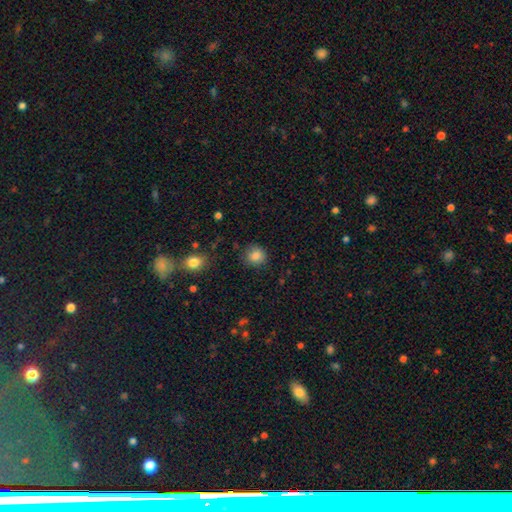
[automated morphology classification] smooth 85%, star or artifact 10%, featured or disk 5%. Down the decision tree: how rounded — round (87%); merging — none (85%).